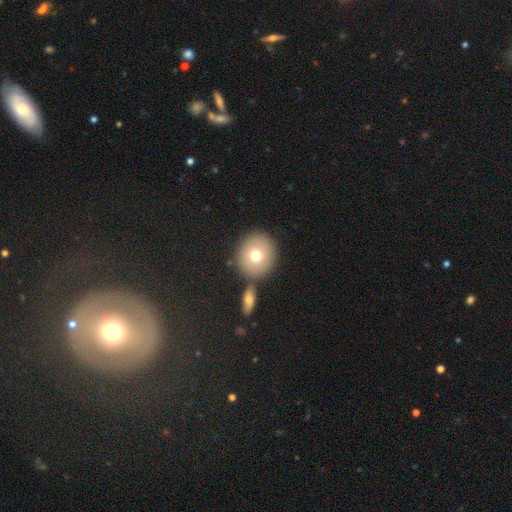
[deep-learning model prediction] Overall: smooth (72%). How rounded: round (84%). Merging: none (71%).